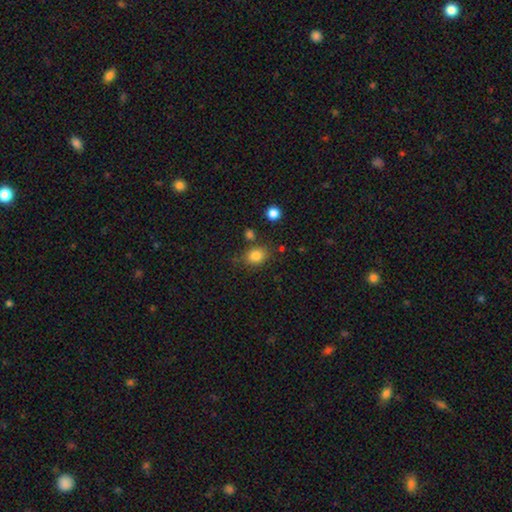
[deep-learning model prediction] smooth-or-featured: smooth: 83% | star or artifact: 11% | featured or disk: 6%
  how-rounded: round: 51% | in between: 48% | cigar-shaped: 1%
  merging: none: 75% | minor disturbance: 14% | merger: 7% | major disturbance: 4%